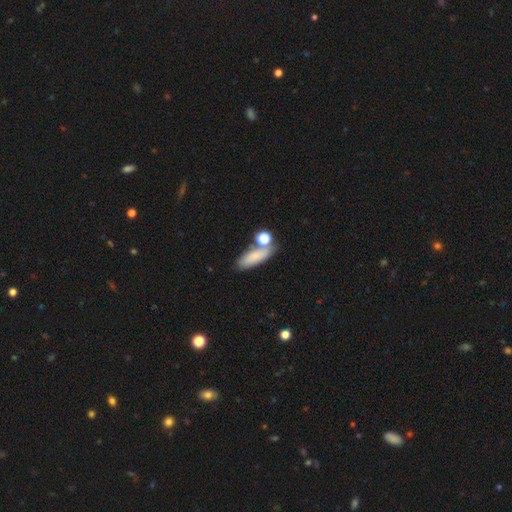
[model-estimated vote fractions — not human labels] The model was most divided on "how rounded": in between: 60%, cigar-shaped: 33%, round: 7%. More confident: smooth or featured — smooth (78%); merging — none (58%).